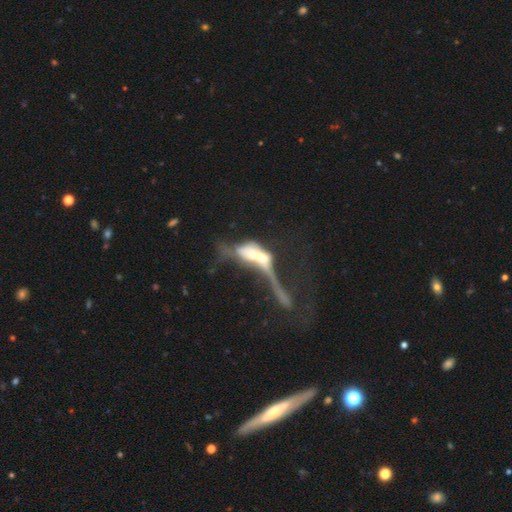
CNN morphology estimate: Smooth or featured?
  - featured or disk: 57% *
  - smooth: 32%
  - star or artifact: 11%
Edge-on disk?
  - no: 71% *
  - yes: 29%
Merging?
  - merger: 69% *
  - major disturbance: 18%
  - none: 8%
  - minor disturbance: 5%